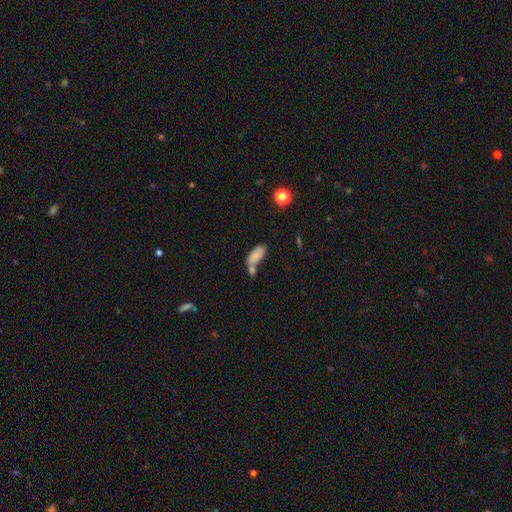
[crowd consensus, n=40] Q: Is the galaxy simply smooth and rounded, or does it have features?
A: smooth — 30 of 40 (75%).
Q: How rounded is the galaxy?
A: in between — 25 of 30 (83%).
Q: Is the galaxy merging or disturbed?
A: merger — 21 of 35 (60%).